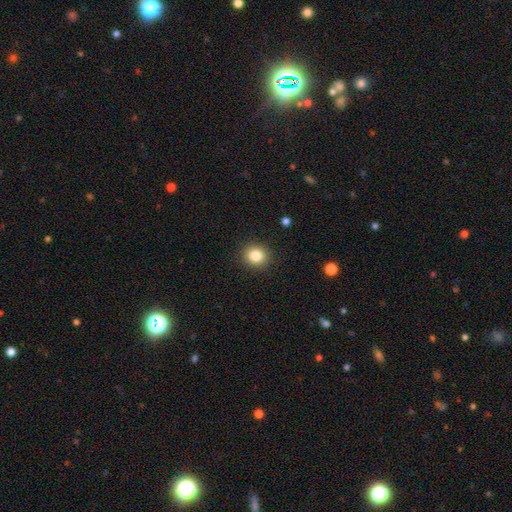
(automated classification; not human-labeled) Q: Smooth or featured?
A: smooth (84%); runner-up: star or artifact (10%)
Q: How rounded?
A: round (81%); runner-up: in between (18%)
Q: Merging?
A: none (90%); runner-up: minor disturbance (6%)